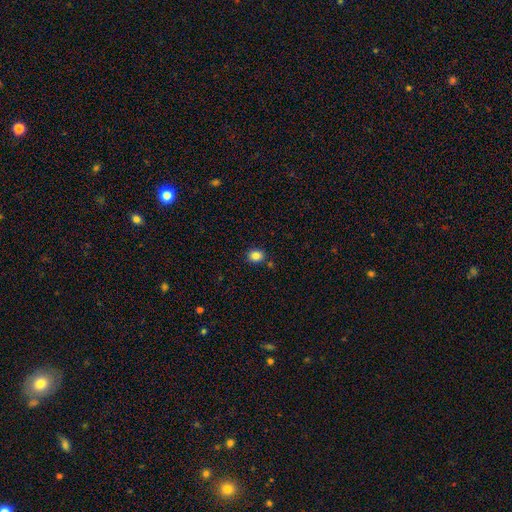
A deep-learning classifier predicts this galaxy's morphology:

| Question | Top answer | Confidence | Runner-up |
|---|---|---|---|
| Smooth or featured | smooth | 84% | star or artifact (11%) |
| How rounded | round | 58% | in between (42%) |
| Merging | none | 82% | minor disturbance (10%) |